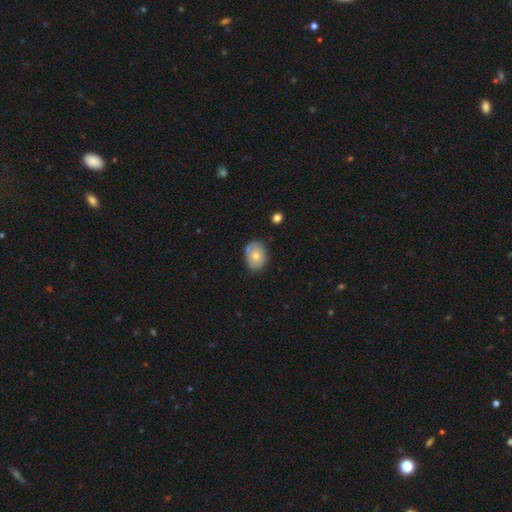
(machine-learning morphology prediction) Q: Smooth or featured?
A: smooth (68%); runner-up: featured or disk (25%)
Q: How rounded?
A: in between (60%); runner-up: round (39%)
Q: Merging?
A: none (74%); runner-up: minor disturbance (18%)